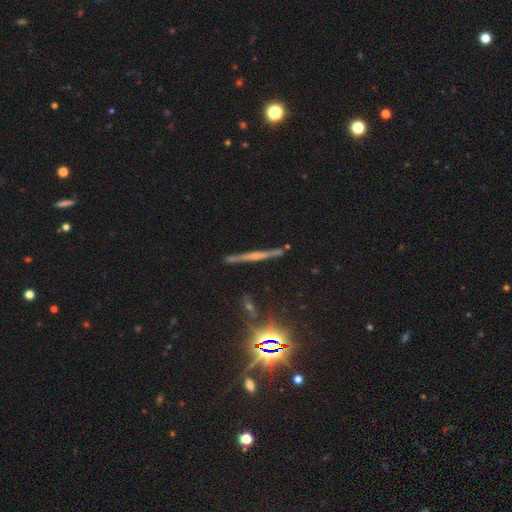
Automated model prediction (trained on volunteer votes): Smooth or featured? featured or disk (60%)
Edge-on disk? yes (96%)
Edge-on bulge? rounded (48%)
Merging? none (86%)